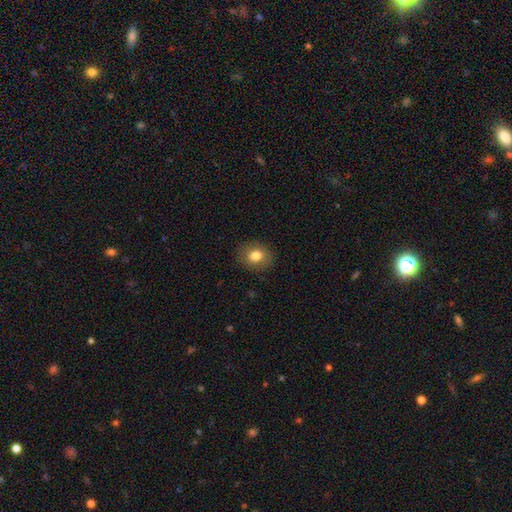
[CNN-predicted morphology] The model was most divided on "how rounded": round: 57%, in between: 42%, cigar-shaped: 1%. More confident: merging — none (88%); smooth or featured — smooth (80%).